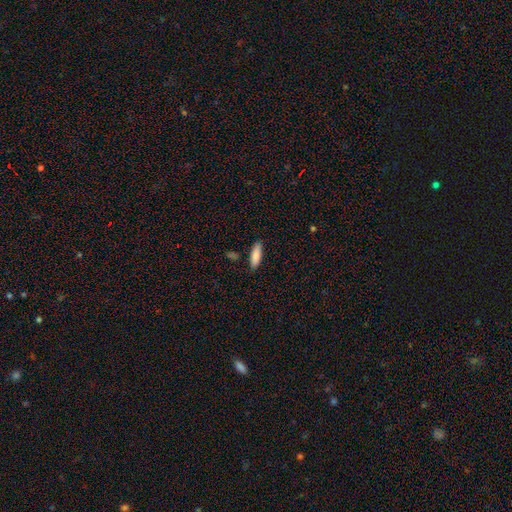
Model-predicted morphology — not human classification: smooth_or_featured: smooth (p=0.86) [alt: featured or disk p=0.08]
how_rounded: in between (p=0.54) [alt: cigar-shaped p=0.44]
merging: none (p=0.84) [alt: minor disturbance p=0.11]